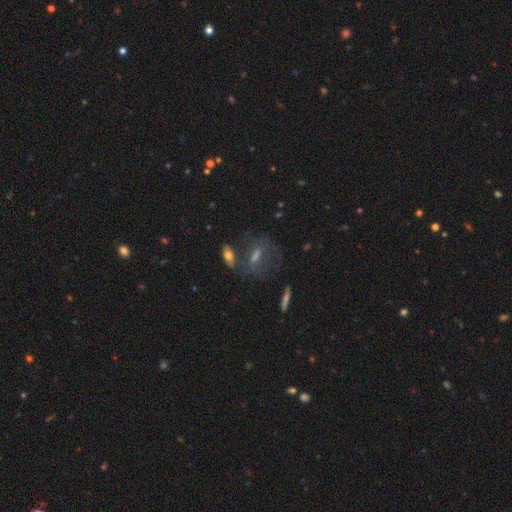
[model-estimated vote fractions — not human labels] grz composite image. It shows a featured or disk galaxy (40%). Merging: none (57%).